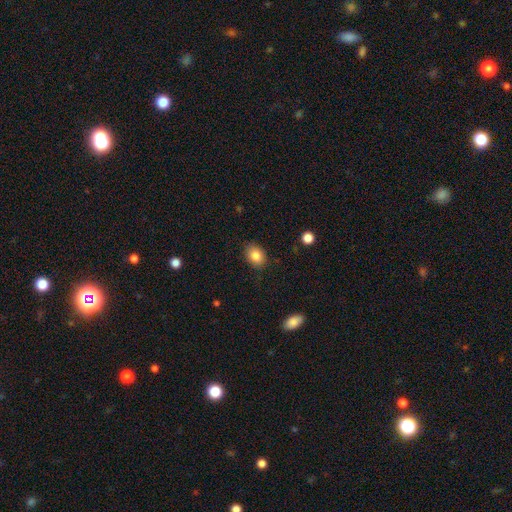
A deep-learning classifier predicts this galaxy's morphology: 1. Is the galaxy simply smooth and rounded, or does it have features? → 85% smooth, 9% star or artifact, 7% featured or disk.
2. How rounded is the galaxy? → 67% in between, 32% round, 1% cigar-shaped.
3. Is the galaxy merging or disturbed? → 85% none, 12% minor disturbance, 3% major disturbance, 1% merger.